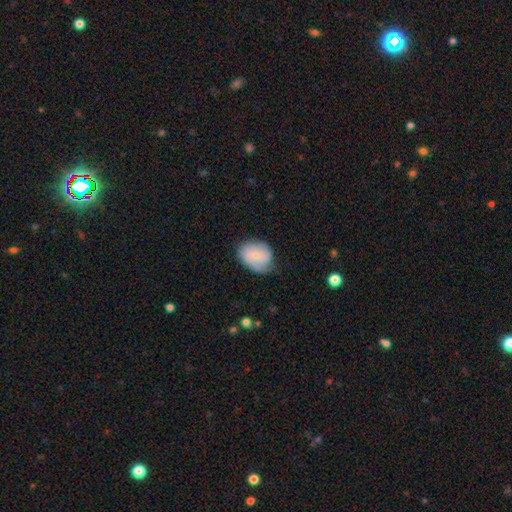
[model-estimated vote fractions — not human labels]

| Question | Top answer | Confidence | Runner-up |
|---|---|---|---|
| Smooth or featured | smooth | 59% | featured or disk (34%) |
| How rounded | in between | 55% | round (44%) |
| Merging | none | 56% | minor disturbance (31%) |